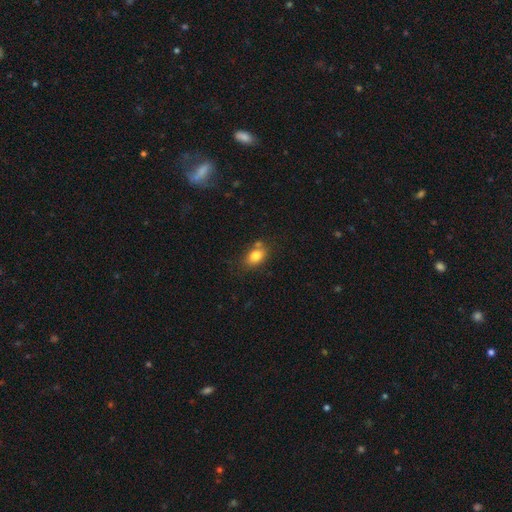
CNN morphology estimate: This appears to be a smooth galaxy with no disk features (82%) that is in between round and cigar-shaped (79%). Merging: none (68%).